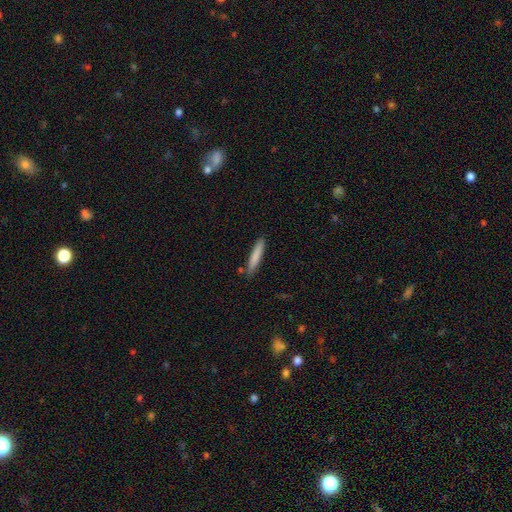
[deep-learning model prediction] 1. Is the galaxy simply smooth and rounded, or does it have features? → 81% smooth, 13% featured or disk, 6% star or artifact.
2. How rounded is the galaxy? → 92% cigar-shaped, 7% in between, 1% round.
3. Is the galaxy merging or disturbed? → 86% none, 10% minor disturbance, 3% merger, 2% major disturbance.